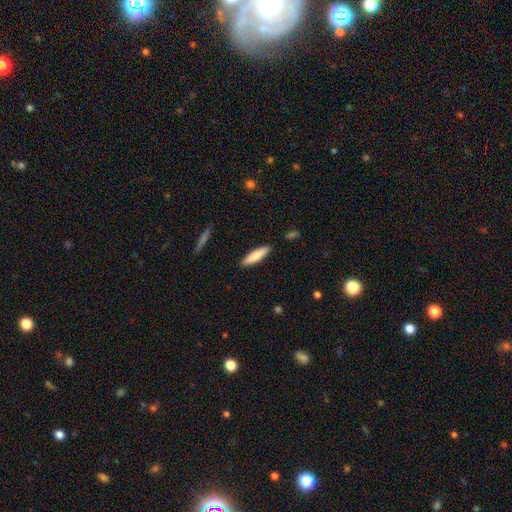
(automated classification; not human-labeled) Overall: smooth (79%). How rounded: cigar-shaped (71%). Merging: none (89%).